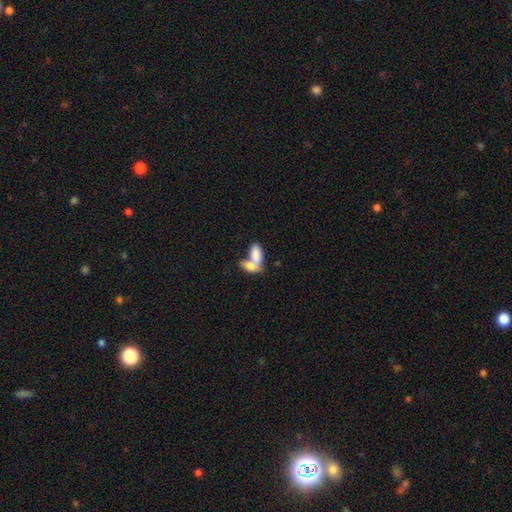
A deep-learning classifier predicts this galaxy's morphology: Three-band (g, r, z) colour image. It shows a smooth galaxy with no disk features (80%) that is in between round and cigar-shaped (91%). Merging: merger (70%).